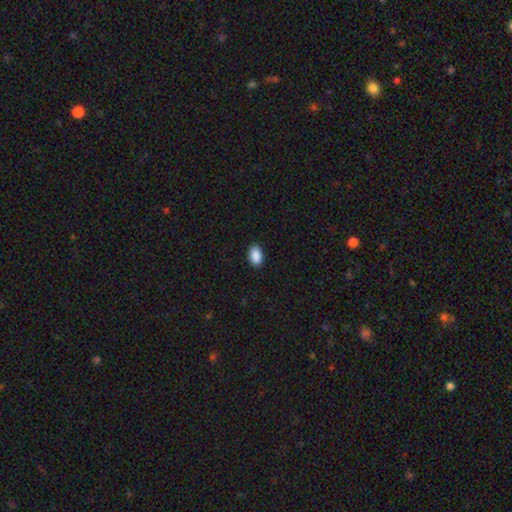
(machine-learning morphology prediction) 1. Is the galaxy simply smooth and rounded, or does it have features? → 90% smooth, 7% star or artifact, 3% featured or disk.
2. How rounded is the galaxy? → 90% in between, 9% round, 1% cigar-shaped.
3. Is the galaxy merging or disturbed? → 90% none, 8% minor disturbance, 2% major disturbance, 1% merger.